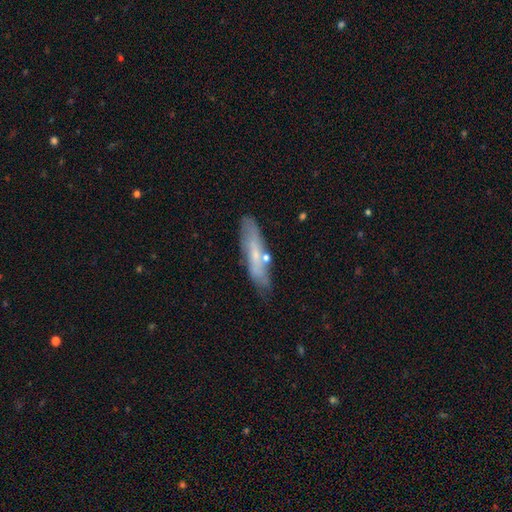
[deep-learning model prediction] Smooth or featured? smooth (47%)
Merging? none (71%)